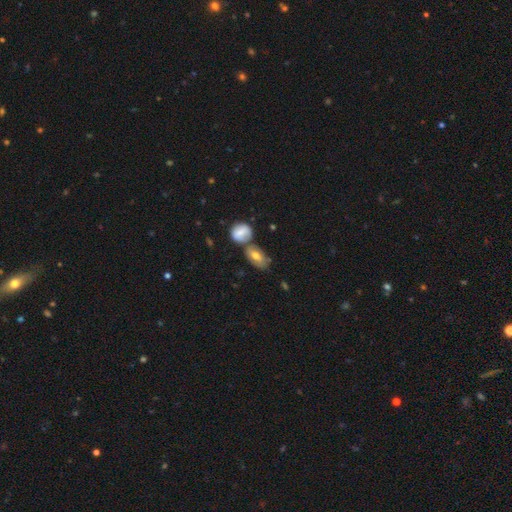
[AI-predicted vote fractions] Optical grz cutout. It shows a smooth galaxy with no disk features (67%) that is in between round and cigar-shaped (86%). Merging: none (47%).